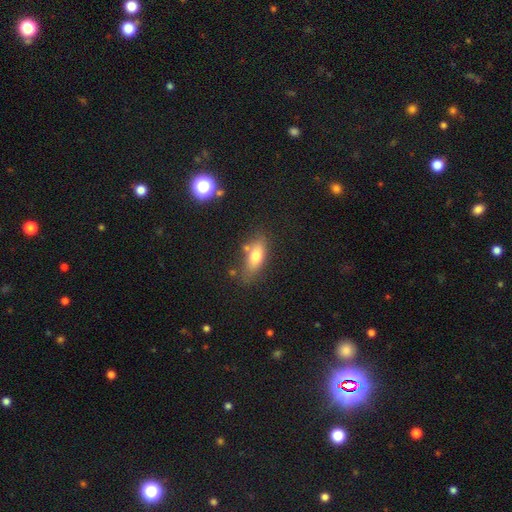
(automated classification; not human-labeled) Smooth or featured? smooth (72%)
How rounded? in between (76%)
Merging? none (63%)